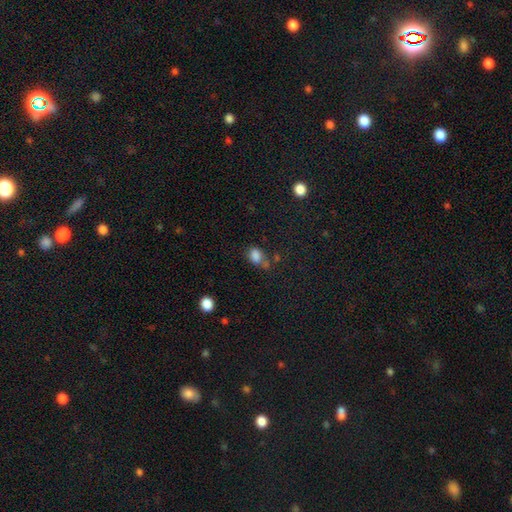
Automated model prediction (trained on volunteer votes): A smooth galaxy with no disk features (80%) that is in between round and cigar-shaped (72%).

Vote fractions:
- Smooth or featured? smooth: 80% / star or artifact: 13% / featured or disk: 7%
- How rounded? in between: 72% / round: 26% / cigar-shaped: 2%
- Merging? none: 46% / minor disturbance: 24% / merger: 20% / major disturbance: 10%